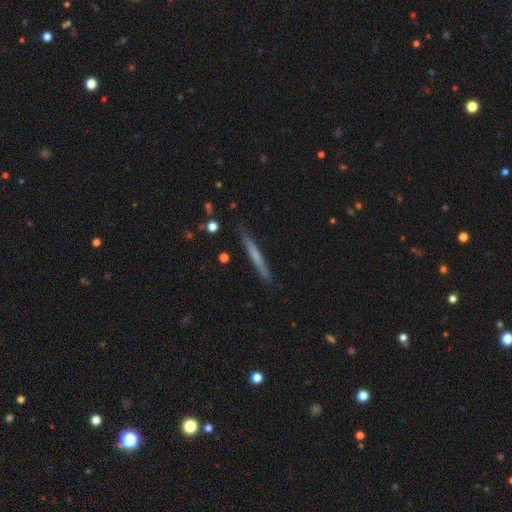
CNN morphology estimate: smooth_or_featured: smooth (p=0.53) [alt: featured or disk p=0.41]
how_rounded: cigar-shaped (p=0.96) [alt: in between p=0.02]
merging: none (p=0.88) [alt: minor disturbance p=0.09]